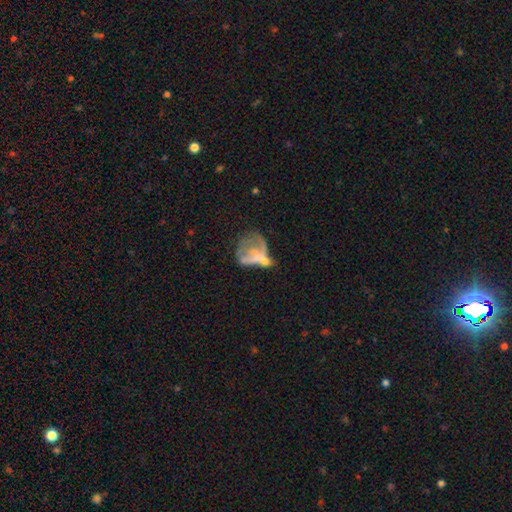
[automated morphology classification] Overall: featured or disk (48%; smooth 40%). Merging: major disturbance (40%; merger 26%).